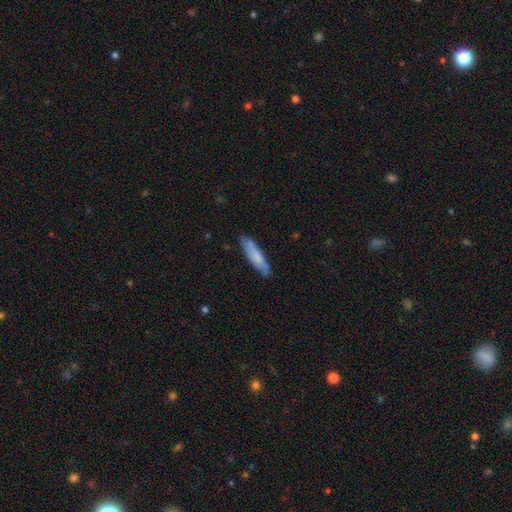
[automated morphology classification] smooth 69%, featured or disk 26%, star or artifact 6%. Down the decision tree: how rounded — cigar-shaped (78%); merging — none (78%).